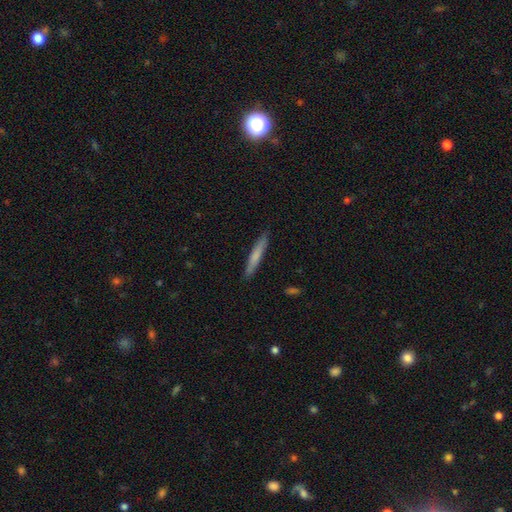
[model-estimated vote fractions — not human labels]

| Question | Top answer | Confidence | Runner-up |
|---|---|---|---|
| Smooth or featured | smooth | 70% | featured or disk (24%) |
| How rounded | cigar-shaped | 95% | in between (4%) |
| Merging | none | 90% | minor disturbance (8%) |